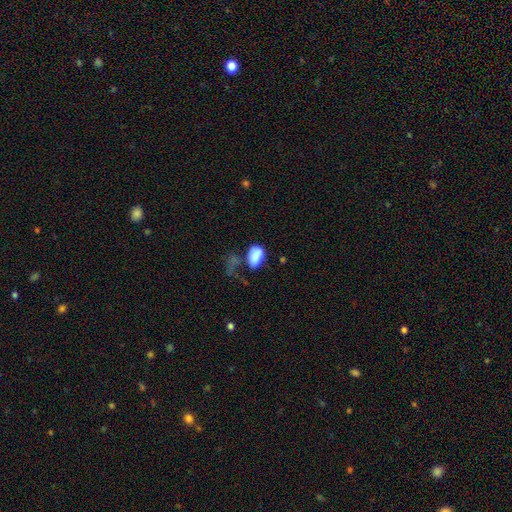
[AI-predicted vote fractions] Smooth or featured: smooth — 84% (star or artifact — 8%)
How rounded: in between — 92% (round — 6%)
Merging: none — 38% (minor disturbance — 26%)